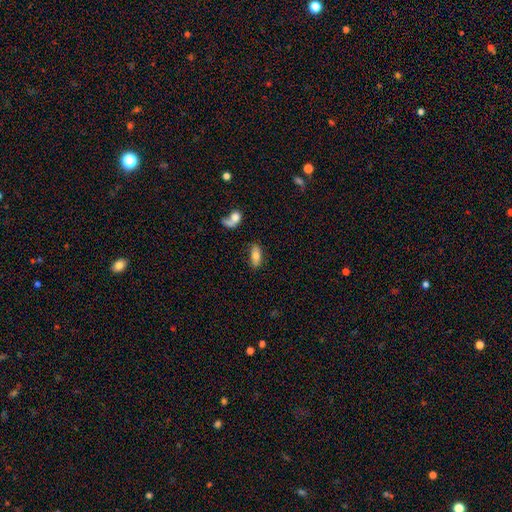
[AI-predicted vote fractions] Smooth or featured? Predicted: smooth (p=0.74). How rounded? Predicted: in between (p=0.85). Merging? Predicted: none (p=0.71).